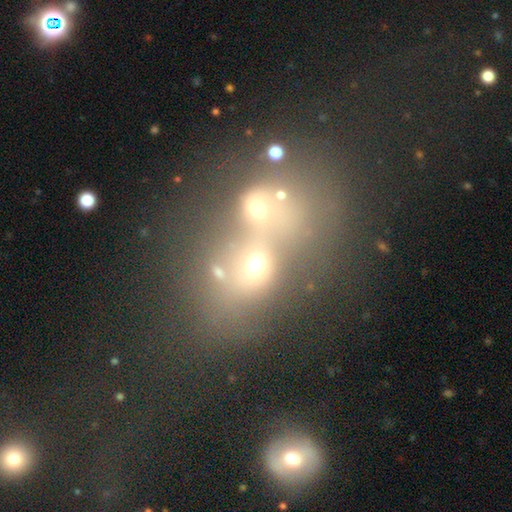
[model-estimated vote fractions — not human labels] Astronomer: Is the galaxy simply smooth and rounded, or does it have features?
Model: smooth — 39% (runner-up: featured or disk, 31%).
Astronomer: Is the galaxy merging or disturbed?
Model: merger — 59%.